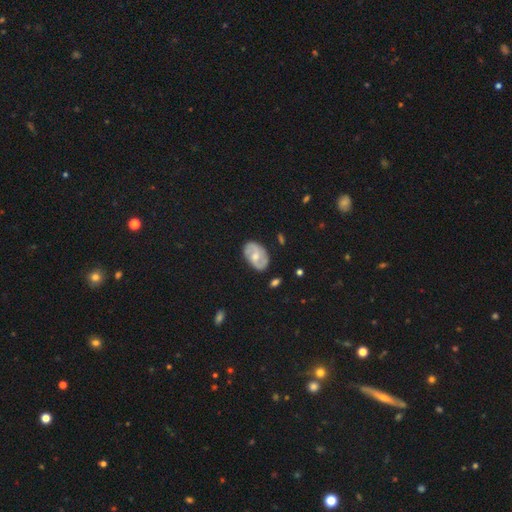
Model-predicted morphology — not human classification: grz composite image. It shows a featured or disk galaxy (68%) with no bar (46%), 2 (81%) medium (45%) spiral arms (88%) and a moderate central bulge (58%). Merging: none (78%).